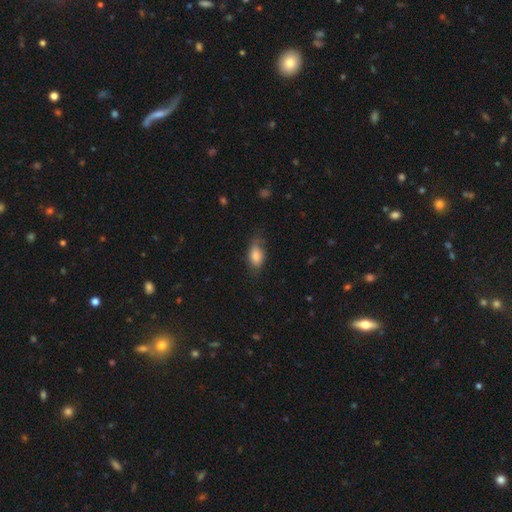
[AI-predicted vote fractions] Smooth or featured?
  - smooth: 80% *
  - featured or disk: 12%
  - star or artifact: 7%
How rounded?
  - in between: 89% *
  - round: 6%
  - cigar-shaped: 5%
Merging?
  - none: 62% *
  - minor disturbance: 28%
  - major disturbance: 9%
  - merger: 1%